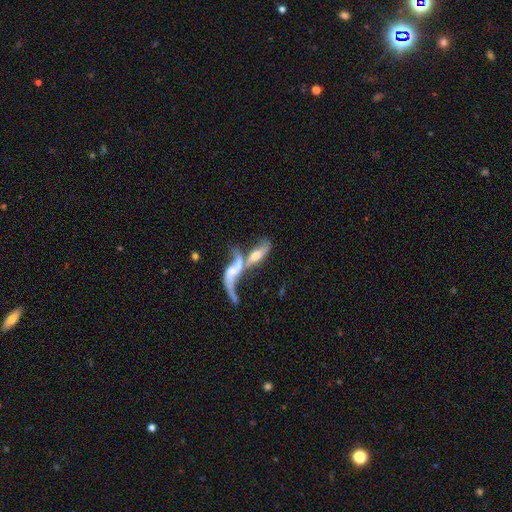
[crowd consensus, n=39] smooth-or-featured: featured or disk: 51% | smooth: 49% | star or artifact: 0%
  disk-edge-on: yes: 60% | no: 40%
    edge-on-bulge: rounded: 92% | none: 8% | boxy: 0%
  merging: merger: 67% | minor disturbance: 15% | none: 10% | major disturbance: 8%